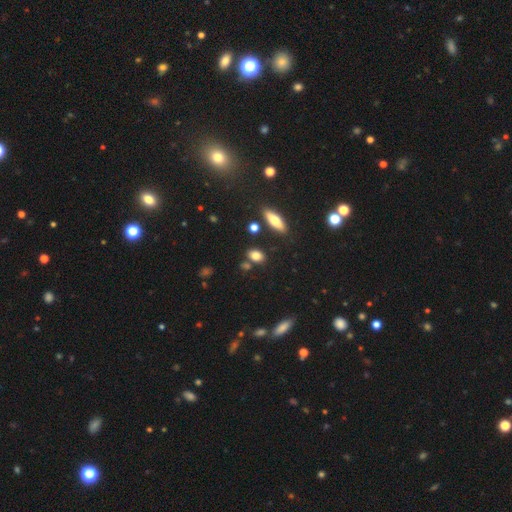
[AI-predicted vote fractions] Smooth or featured: smooth — 80% (star or artifact — 11%)
How rounded: in between — 74% (round — 21%)
Merging: none — 73% (minor disturbance — 13%)